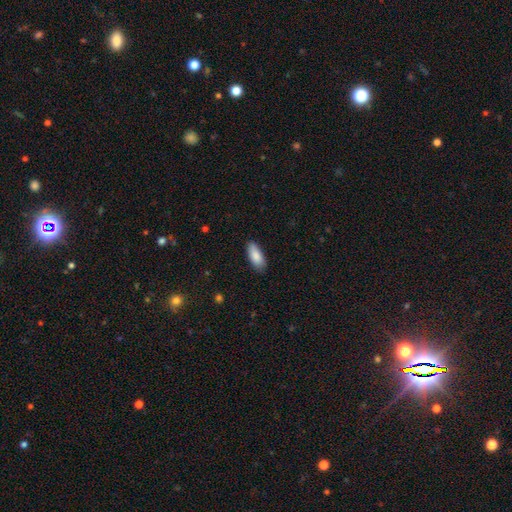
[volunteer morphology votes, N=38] A smooth galaxy with no disk features (95%) that is in between round and cigar-shaped (69%). Merging: none (89%).